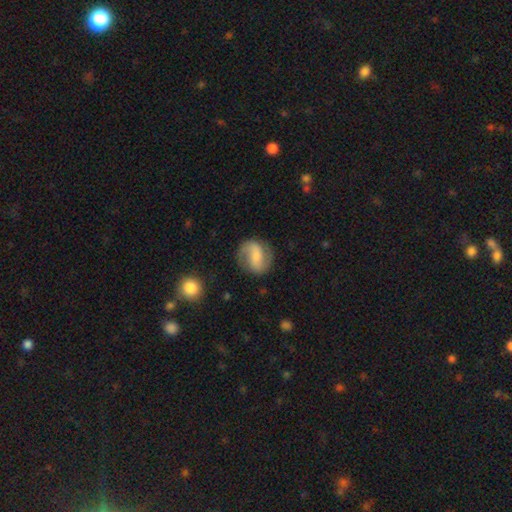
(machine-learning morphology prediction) featured or disk 65%, smooth 28%, star or artifact 7%. Down the decision tree: edge-on disk — no (97%); bar — weak (41%); spiral arms — yes (92%); spiral arm count — 2 (88%); spiral winding — medium (44%); bulge size — small (38%); merging — none (77%).